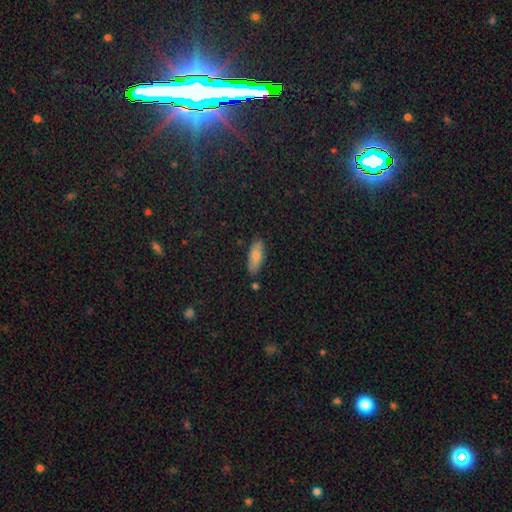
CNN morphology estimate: smooth 78%, featured or disk 15%, star or artifact 7%. Down the decision tree: how rounded — in between (68%); merging — none (81%).